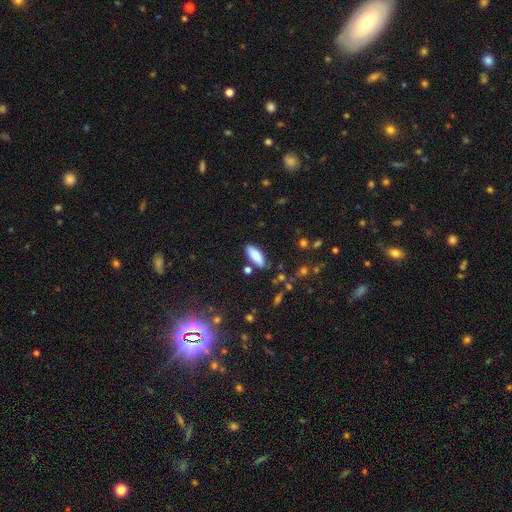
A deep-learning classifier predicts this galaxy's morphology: smooth_or_featured: smooth (p=0.85) [alt: featured or disk p=0.08]
how_rounded: in between (p=0.75) [alt: cigar-shaped p=0.23]
merging: none (p=0.81) [alt: minor disturbance p=0.12]